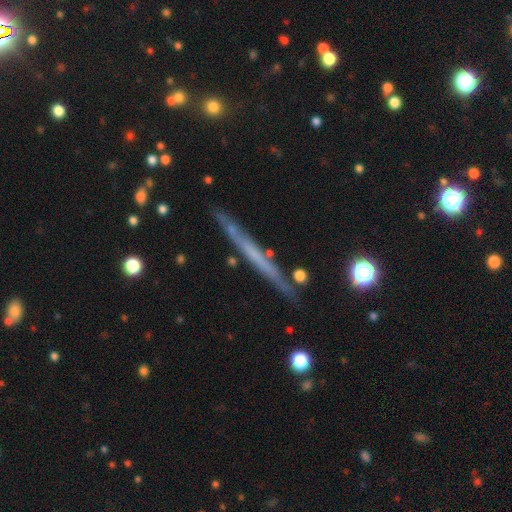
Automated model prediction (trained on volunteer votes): featured or disk 55%, smooth 38%, star or artifact 8%. Down the decision tree: edge-on disk — yes (95%); edge-on bulge — none (90%); merging — none (85%).